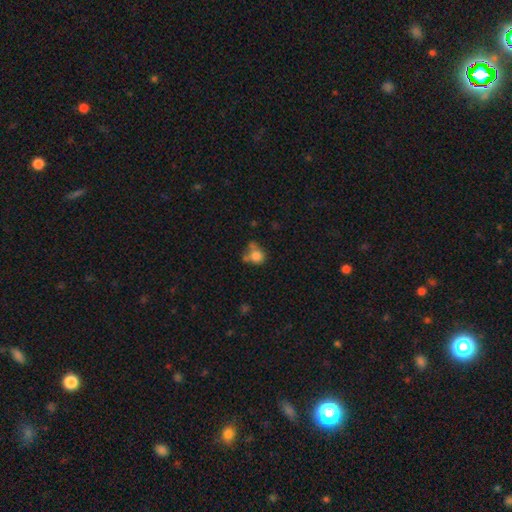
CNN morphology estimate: Overall: smooth (77%). How rounded: round (75%). Merging: none (41%; merger 27%).